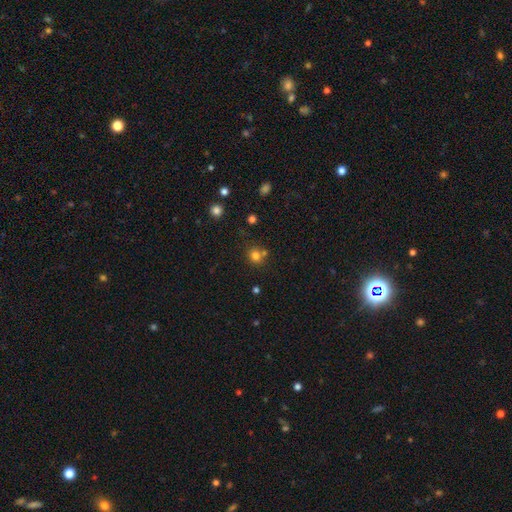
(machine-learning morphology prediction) Smooth or featured: smooth — 77% (star or artifact — 16%)
How rounded: round — 78% (in between — 21%)
Merging: none — 64% (merger — 22%)